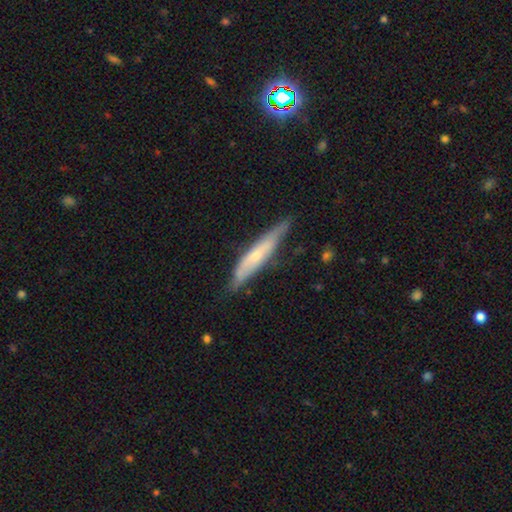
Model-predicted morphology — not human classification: A featured or disk galaxy (49%). Merging: none (70%).